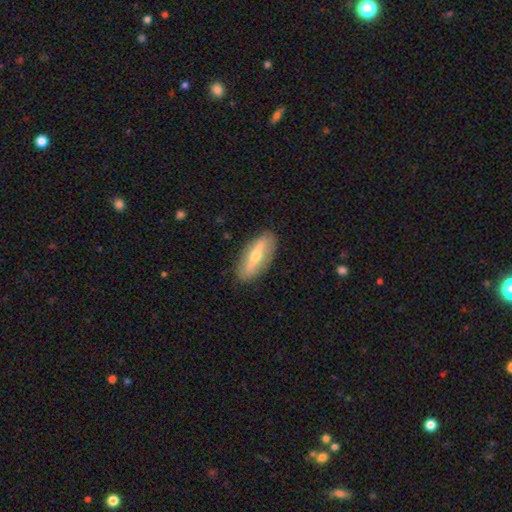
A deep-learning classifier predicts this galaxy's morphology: featured or disk 52%, smooth 43%, star or artifact 6%. Down the decision tree: edge-on disk — no (52%); merging — none (87%).